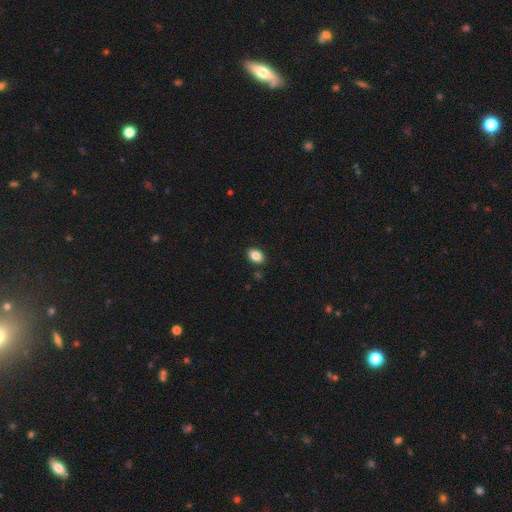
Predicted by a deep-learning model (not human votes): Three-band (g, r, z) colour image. It shows a smooth galaxy with no disk features (86%) that is in between round and cigar-shaped (81%). Merging: none (89%).